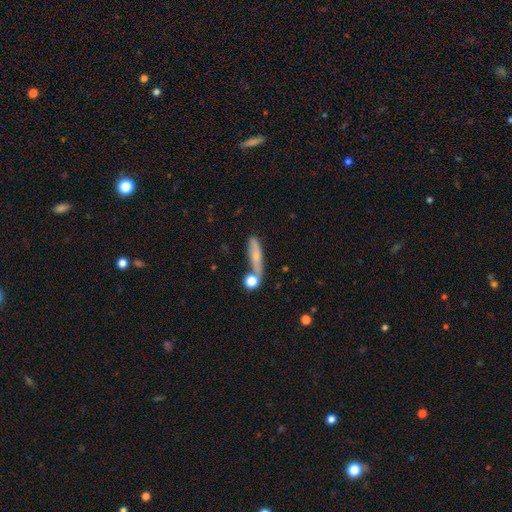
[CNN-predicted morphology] This is possibly a smooth galaxy (60%). How rounded: likely cigar-shaped (72%). Merging: possibly none (55%).